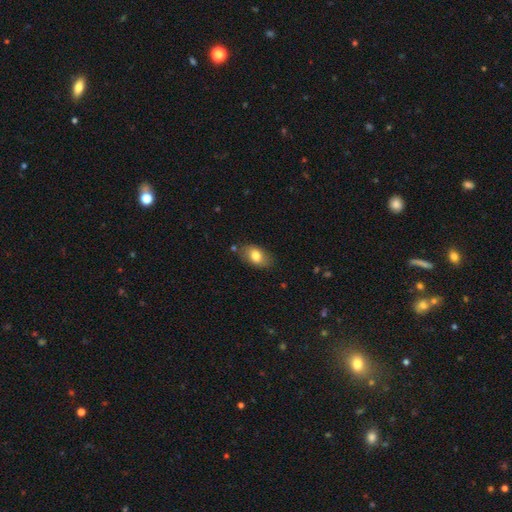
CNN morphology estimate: smooth-or-featured: smooth: 79% | featured or disk: 14% | star or artifact: 7%
  how-rounded: in between: 88% | round: 10% | cigar-shaped: 2%
  merging: none: 78% | minor disturbance: 15% | major disturbance: 3% | merger: 3%